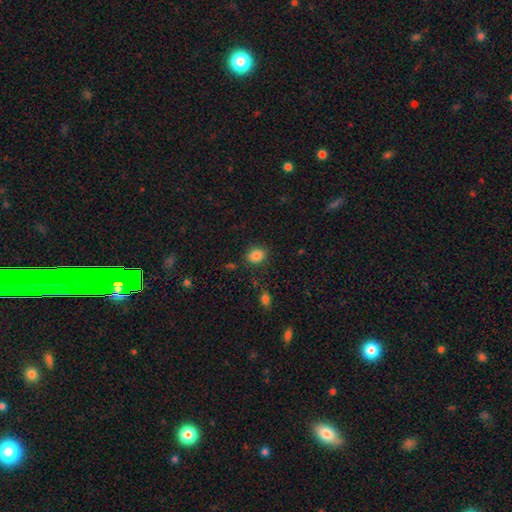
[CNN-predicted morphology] smooth 85%, star or artifact 10%, featured or disk 6%. Down the decision tree: how rounded — in between (56%); merging — none (84%).